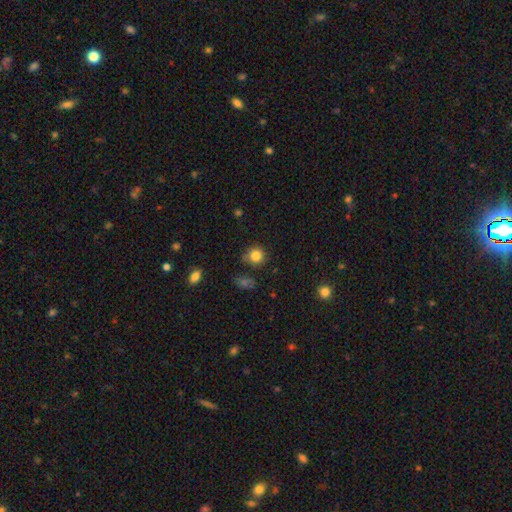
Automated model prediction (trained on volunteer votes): Smooth or featured? smooth (83%)
How rounded? round (88%)
Merging? none (75%)